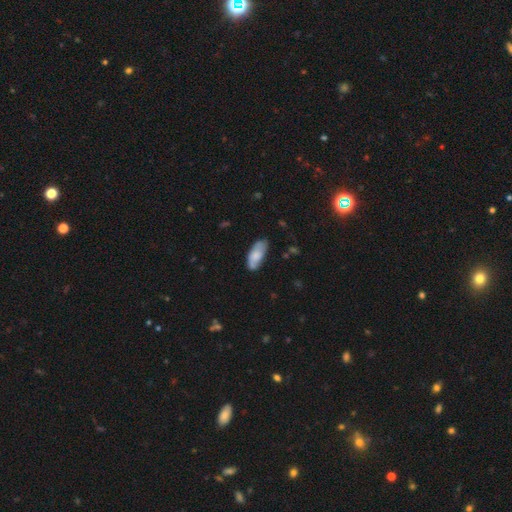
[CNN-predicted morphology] Smooth or featured?
  - smooth: 75% *
  - featured or disk: 19%
  - star or artifact: 6%
How rounded?
  - in between: 81% *
  - cigar-shaped: 17%
  - round: 2%
Merging?
  - none: 71% *
  - minor disturbance: 22%
  - major disturbance: 4%
  - merger: 3%